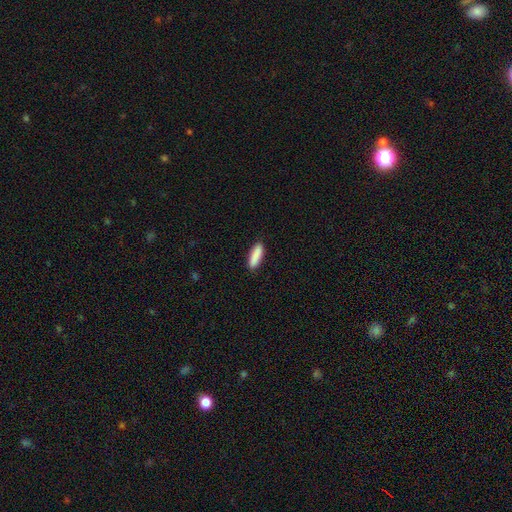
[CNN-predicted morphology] Smooth or featured? Predicted: smooth (p=0.89). How rounded? Predicted: cigar-shaped (p=0.52). Merging? Predicted: none (p=0.88).